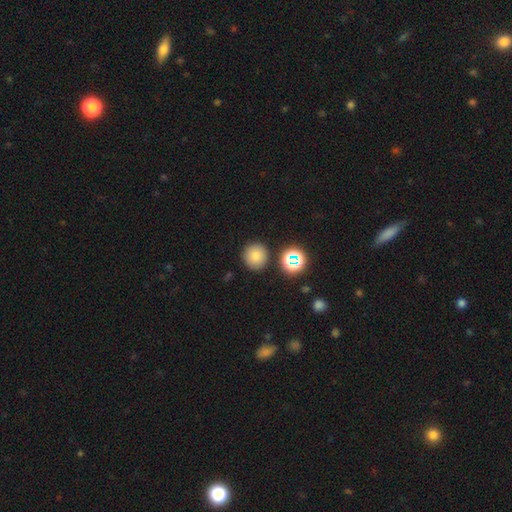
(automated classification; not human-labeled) This is likely a smooth galaxy (75%). How rounded: clearly round (92%). Merging: clearly none (87%).